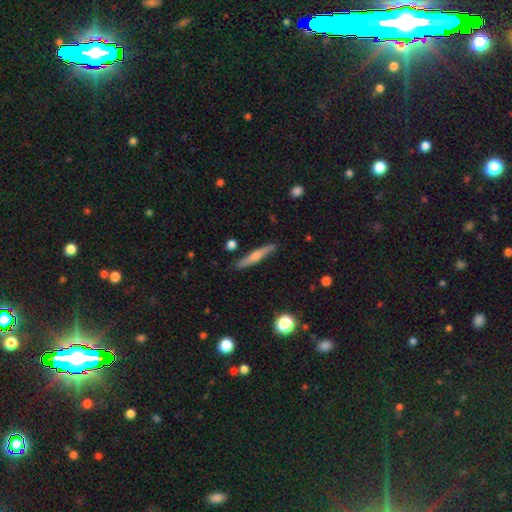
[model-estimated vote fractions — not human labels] The model was most divided on "smooth or featured": featured or disk: 50%, smooth: 42%, star or artifact: 7%. More confident: edge-on disk — yes (94%); merging — none (86%).